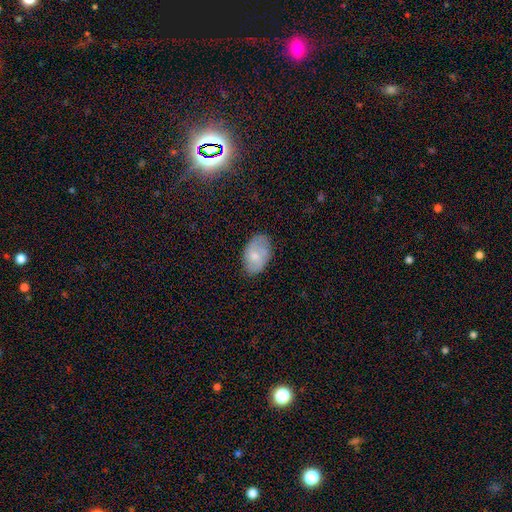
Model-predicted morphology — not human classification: This is likely a smooth galaxy (63%). How rounded: clearly in between (90%). Merging: likely none (76%).